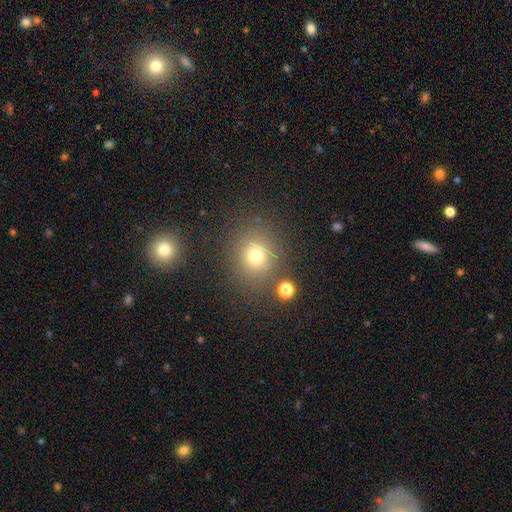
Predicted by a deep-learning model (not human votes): This appears to be a smooth galaxy with no disk features (73%) that is round (80%). Merging: none (81%).